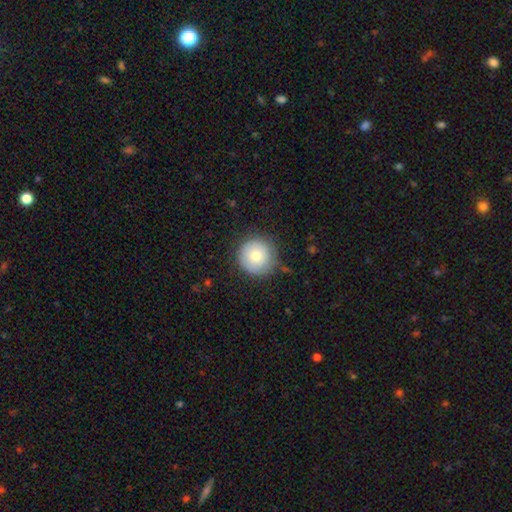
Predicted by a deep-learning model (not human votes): Smooth or featured? smooth (73%)
How rounded? round (95%)
Merging? none (82%)